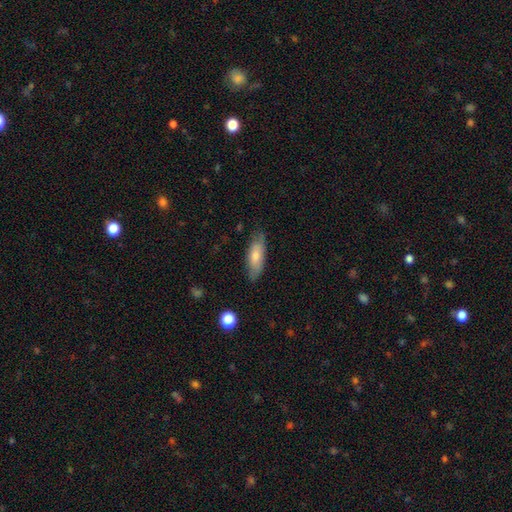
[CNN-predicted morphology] smooth_or_featured: smooth (p=0.71) [alt: featured or disk p=0.23]
how_rounded: in between (p=0.65) [alt: cigar-shaped p=0.33]
merging: none (p=0.72) [alt: minor disturbance p=0.22]